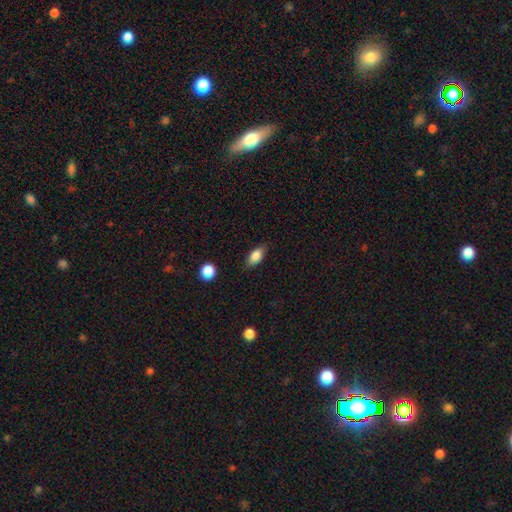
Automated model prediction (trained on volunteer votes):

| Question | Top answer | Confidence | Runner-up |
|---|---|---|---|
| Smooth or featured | smooth | 82% | featured or disk (10%) |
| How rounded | in between | 86% | cigar-shaped (8%) |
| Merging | none | 80% | minor disturbance (15%) |